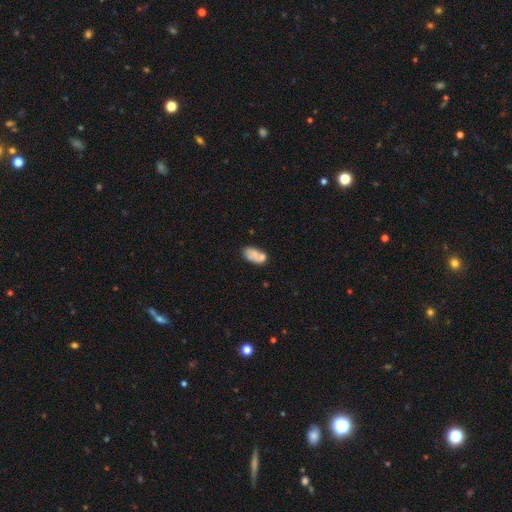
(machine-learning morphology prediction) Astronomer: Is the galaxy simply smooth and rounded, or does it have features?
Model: smooth — 67%.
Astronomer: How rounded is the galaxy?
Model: in between — 91%.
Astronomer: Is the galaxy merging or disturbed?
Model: none — 45% (runner-up: merger, 23%).